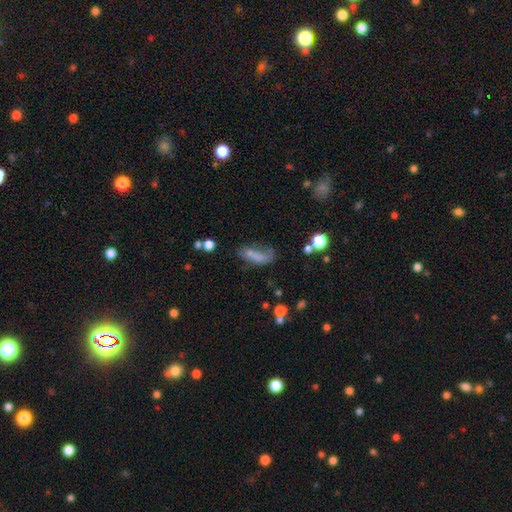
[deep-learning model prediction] Smooth or featured: smooth — 62% (featured or disk — 25%)
How rounded: in between — 70% (cigar-shaped — 25%)
Merging: major disturbance — 33% (none — 32%)